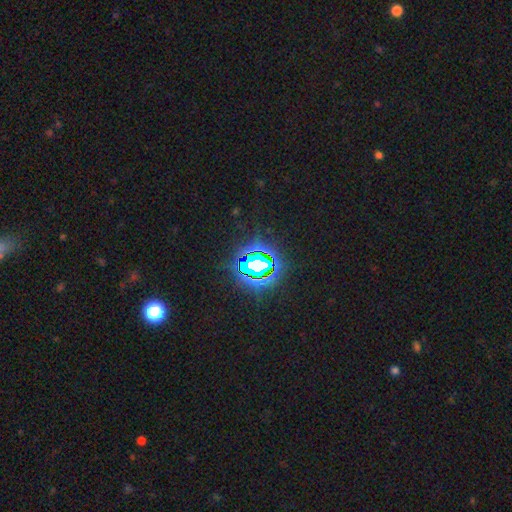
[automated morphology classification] Overall: star or artifact (75%).